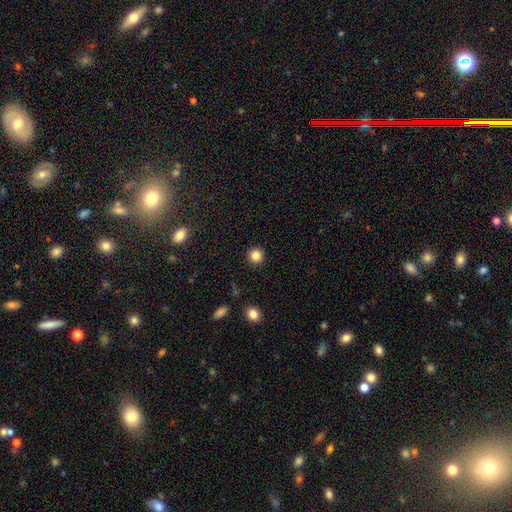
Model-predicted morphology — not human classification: smooth-or-featured: smooth: 84% | star or artifact: 12% | featured or disk: 5%
  how-rounded: round: 95% | in between: 4% | cigar-shaped: 1%
  merging: none: 93% | minor disturbance: 5% | major disturbance: 2% | merger: 1%